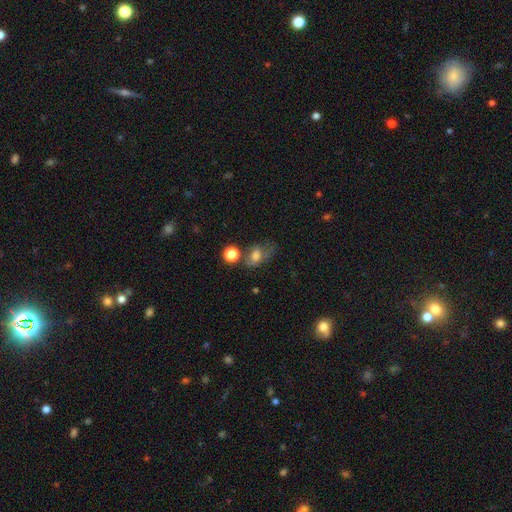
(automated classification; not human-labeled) Q: Smooth or featured?
A: smooth (62%); runner-up: featured or disk (24%)
Q: How rounded?
A: in between (69%); runner-up: round (28%)
Q: Merging?
A: none (35%); runner-up: major disturbance (25%)